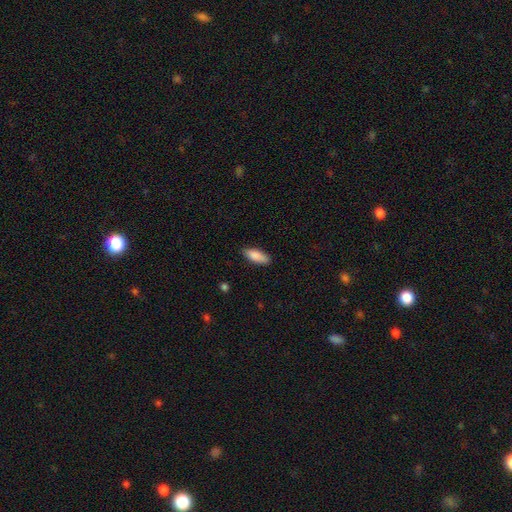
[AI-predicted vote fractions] smooth-or-featured: smooth: 87% | featured or disk: 6% | star or artifact: 6%
  how-rounded: in between: 76% | cigar-shaped: 22% | round: 2%
  merging: none: 84% | minor disturbance: 13% | major disturbance: 2% | merger: 1%